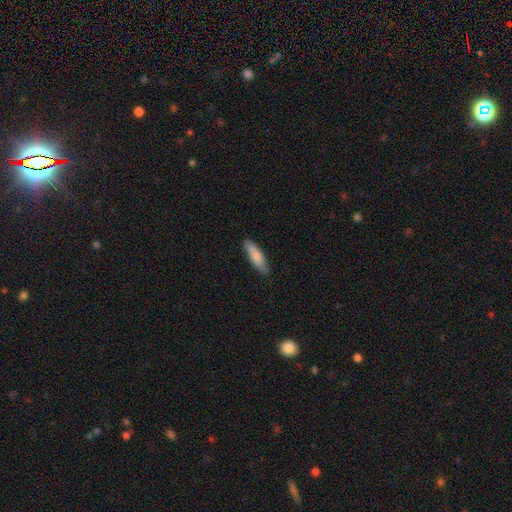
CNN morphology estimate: This appears to be a smooth galaxy with no disk features (80%) that is cigar-shaped (60%). Merging: none (80%).